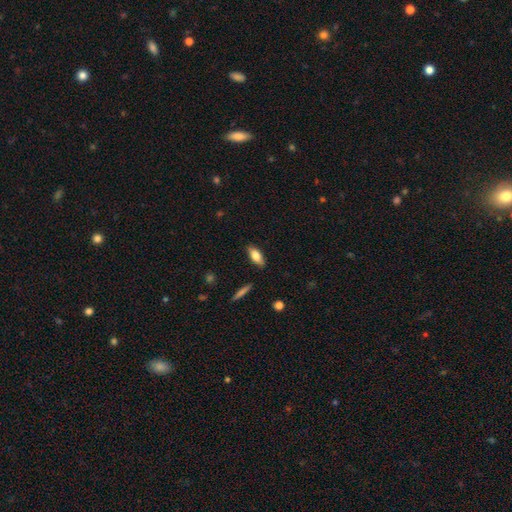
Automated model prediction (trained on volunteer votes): Morphology: type=smooth (77%); roundness=in between (76%); merging=none (86%).